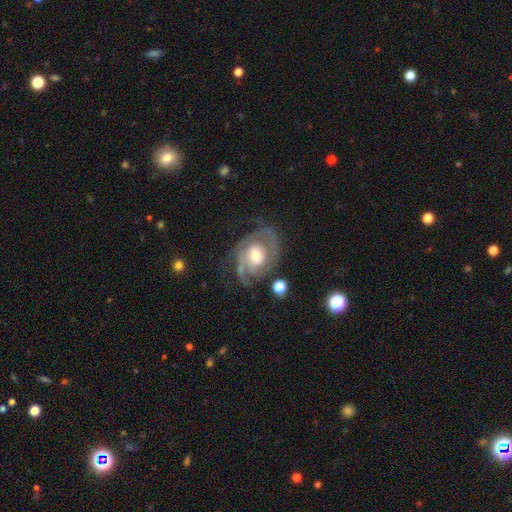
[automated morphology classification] The model was most divided on "spiral winding": tight: 50%, medium: 38%, loose: 13%. More confident: edge-on disk — no (97%); spiral arms — yes (89%); smooth or featured — featured or disk (83%); bar — no (67%); bulge size — moderate (63%); merging — none (59%); spiral arm count — 2 (50%).